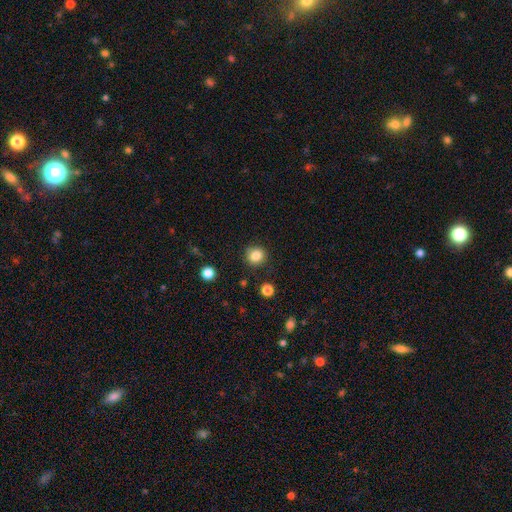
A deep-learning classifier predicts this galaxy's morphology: smooth 85%, star or artifact 11%, featured or disk 5%. Down the decision tree: how rounded — round (90%); merging — none (88%).